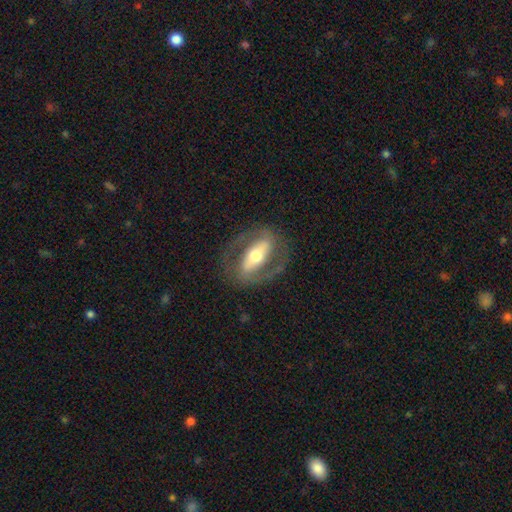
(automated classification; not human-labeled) smooth-or-featured: featured or disk: 76% | smooth: 19% | star or artifact: 5%
  disk-edge-on: no: 86% | yes: 14%
    bar: strong: 63% | weak: 19% | no: 17%
    has-spiral-arms: yes: 64% | no: 36%
    bulge-size: moderate: 66% | small: 17% | large: 15% | dominant: 2% | none: 1%
  merging: none: 78% | minor disturbance: 12% | major disturbance: 9% | merger: 1%